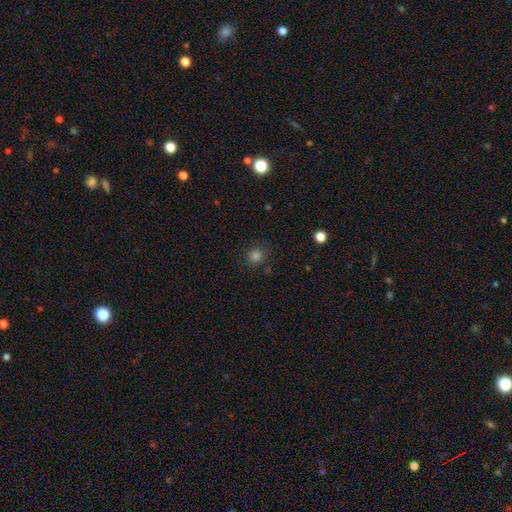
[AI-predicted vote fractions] Q: Smooth or featured?
A: smooth (79%); runner-up: star or artifact (16%)
Q: How rounded?
A: round (91%); runner-up: in between (8%)
Q: Merging?
A: none (86%); runner-up: minor disturbance (9%)